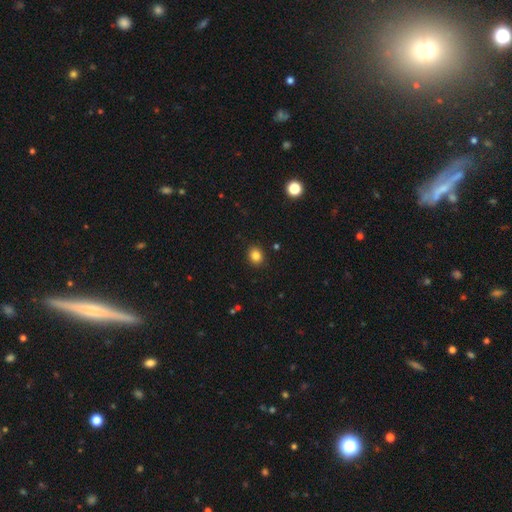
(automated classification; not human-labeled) Smooth or featured? Predicted: smooth (p=0.84). How rounded? Predicted: round (p=0.70). Merging? Predicted: none (p=0.90).